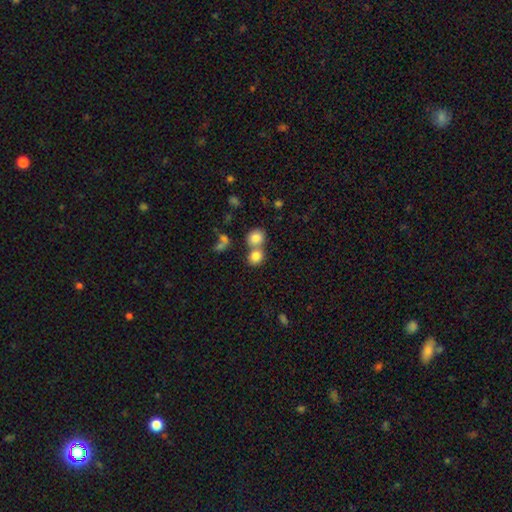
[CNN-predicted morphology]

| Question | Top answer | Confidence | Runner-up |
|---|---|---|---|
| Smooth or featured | smooth | 80% | star or artifact (11%) |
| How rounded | round | 76% | in between (23%) |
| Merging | merger | 46% | none (44%) |